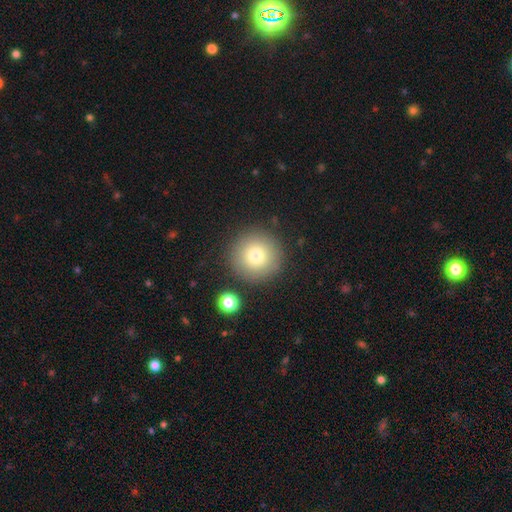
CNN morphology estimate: Smooth or featured? smooth (78%)
How rounded? round (96%)
Merging? none (87%)